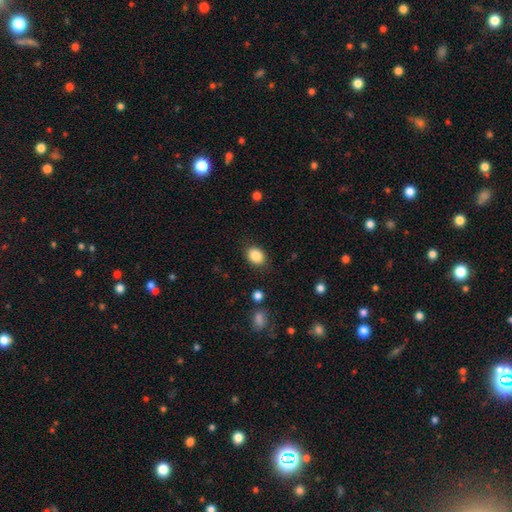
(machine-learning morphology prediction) The model was most divided on "how rounded": in between: 66%, round: 33%, cigar-shaped: 1%. More confident: smooth or featured — smooth (87%); merging — none (85%).